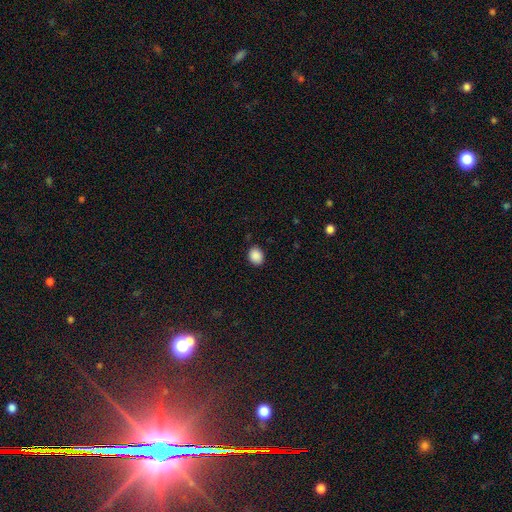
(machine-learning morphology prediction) smooth 89%, star or artifact 8%, featured or disk 3%. Down the decision tree: how rounded — round (55%); merging — none (88%).